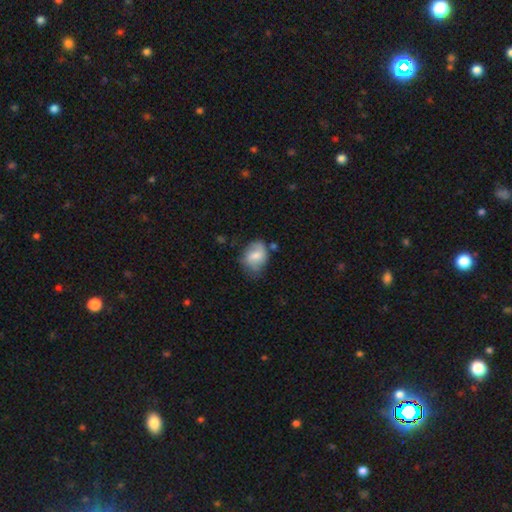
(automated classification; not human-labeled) Q: Smooth or featured?
A: smooth (58%); runner-up: featured or disk (34%)
Q: How rounded?
A: in between (60%); runner-up: round (39%)
Q: Merging?
A: none (51%); runner-up: minor disturbance (32%)